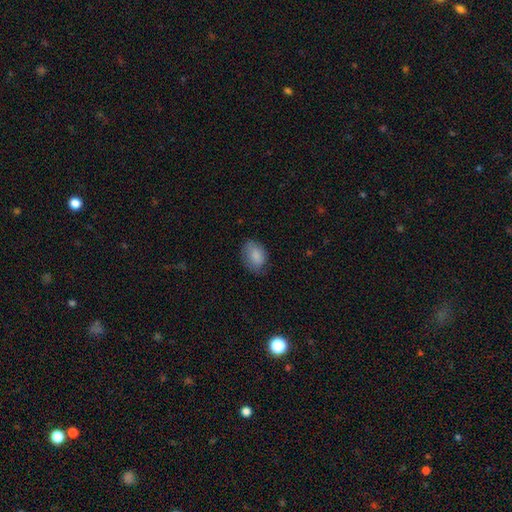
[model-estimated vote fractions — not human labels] Smooth or featured? Predicted: smooth (p=0.84). How rounded? Predicted: in between (p=0.82). Merging? Predicted: none (p=0.67).